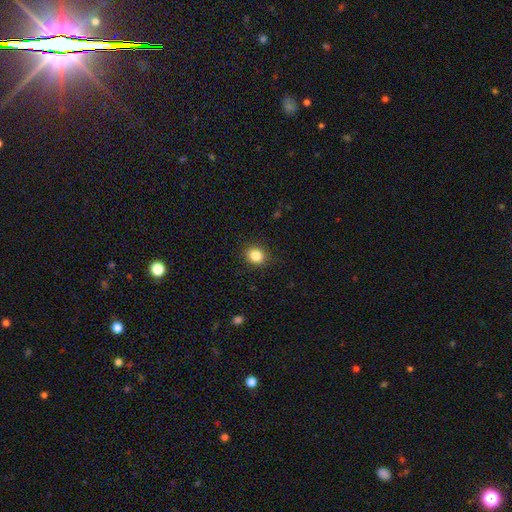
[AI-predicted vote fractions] smooth_or_featured: smooth (p=0.85) [alt: star or artifact p=0.10]
how_rounded: round (p=0.77) [alt: in between p=0.22]
merging: none (p=0.88) [alt: minor disturbance p=0.09]